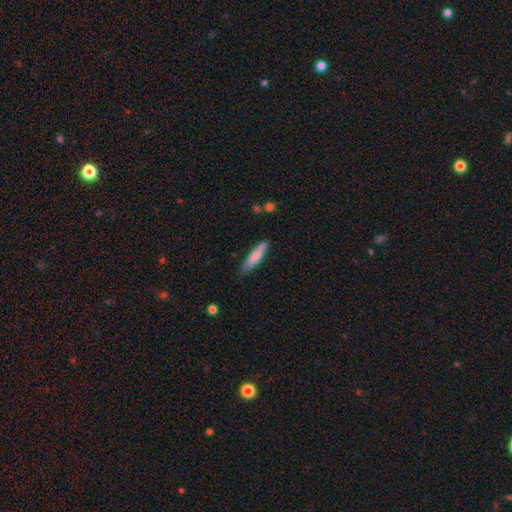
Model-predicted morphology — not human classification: smooth_or_featured: smooth (p=0.79) [alt: featured or disk p=0.15]
how_rounded: cigar-shaped (p=0.79) [alt: in between p=0.20]
merging: none (p=0.73) [alt: minor disturbance p=0.21]